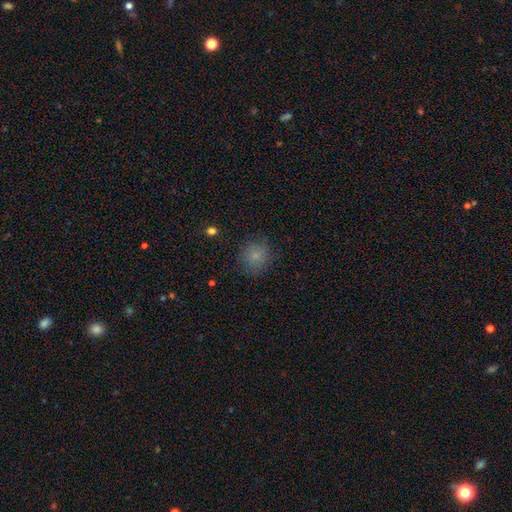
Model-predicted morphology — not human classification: Smooth or featured?
  - smooth: 80% *
  - star or artifact: 12%
  - featured or disk: 8%
How rounded?
  - round: 85% *
  - in between: 14%
  - cigar-shaped: 1%
Merging?
  - none: 81% *
  - minor disturbance: 13%
  - major disturbance: 5%
  - merger: 1%